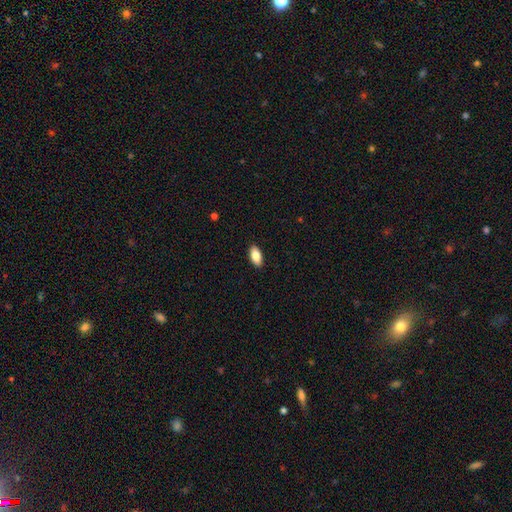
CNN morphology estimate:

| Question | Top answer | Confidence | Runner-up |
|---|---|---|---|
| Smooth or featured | smooth | 85% | featured or disk (8%) |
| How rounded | in between | 91% | cigar-shaped (7%) |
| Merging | none | 90% | minor disturbance (7%) |